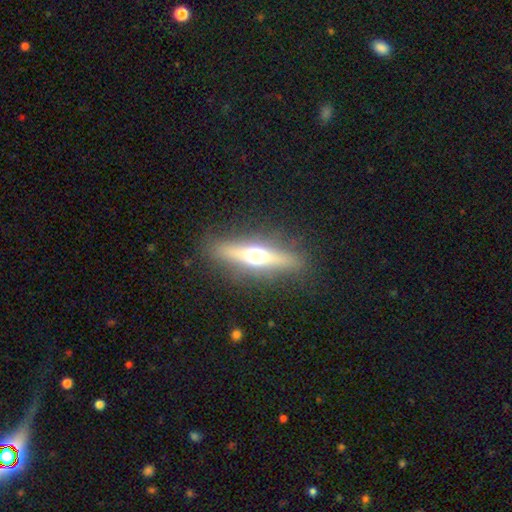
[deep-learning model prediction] Smooth or featured: featured or disk — 58% (smooth — 32%)
Edge-on disk: yes — 88% (no — 12%)
Edge-on bulge: rounded — 95% (boxy — 3%)
Merging: none — 86% (minor disturbance — 9%)